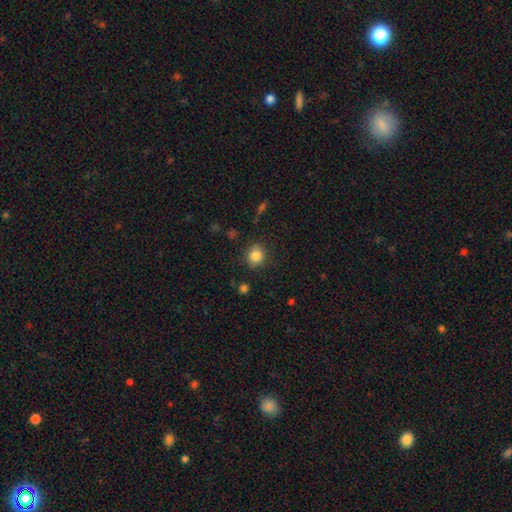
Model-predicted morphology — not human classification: Smooth or featured? Predicted: smooth (p=0.84). How rounded? Predicted: round (p=0.79). Merging? Predicted: none (p=0.84).